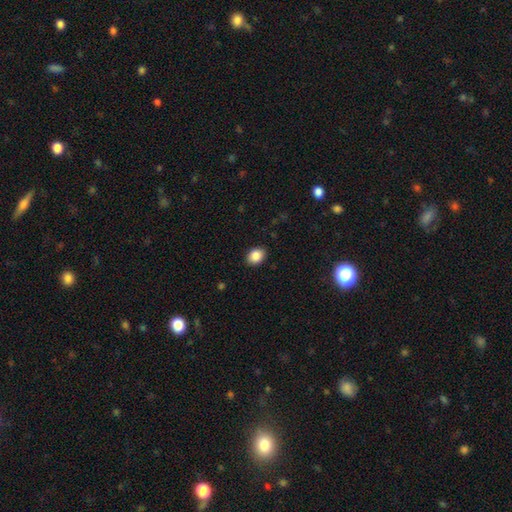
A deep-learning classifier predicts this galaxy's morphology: Smooth or featured: smooth — 87% (star or artifact — 9%)
How rounded: in between — 53% (round — 46%)
Merging: none — 89% (minor disturbance — 8%)